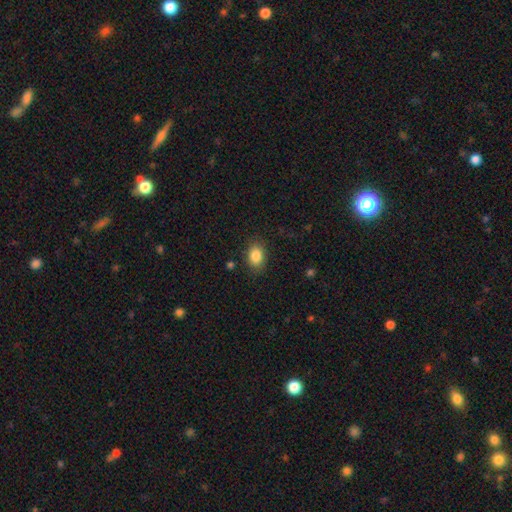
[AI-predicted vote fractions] The model was most divided on "how rounded": in between: 73%, round: 26%, cigar-shaped: 1%. More confident: smooth or featured — smooth (86%); merging — none (84%).